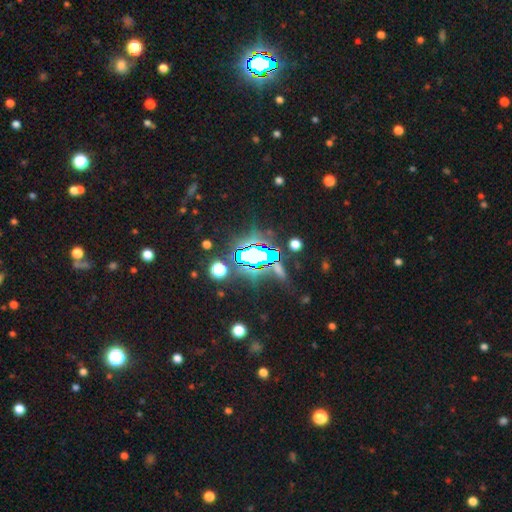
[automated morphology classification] This is likely a star or artifact rather than a galaxy (72%).